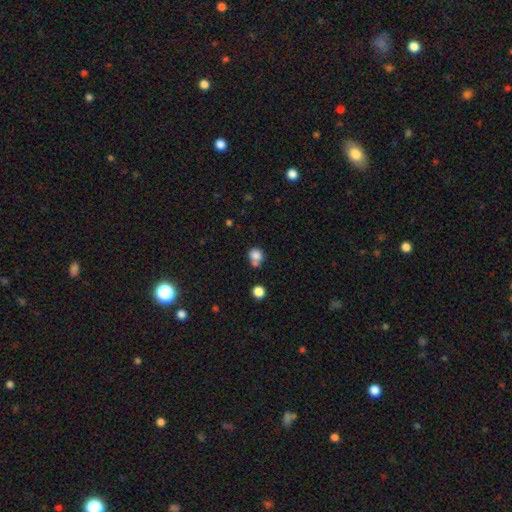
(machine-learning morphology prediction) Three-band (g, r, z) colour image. It shows a smooth galaxy with no disk features (82%) that is round (78%). Merging: none (50%).